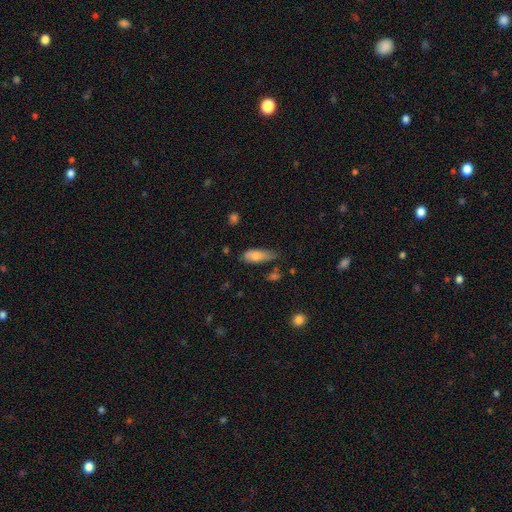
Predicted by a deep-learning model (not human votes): This is likely a smooth galaxy (77%). How rounded: likely in between (73%). Merging: possibly none (48%).